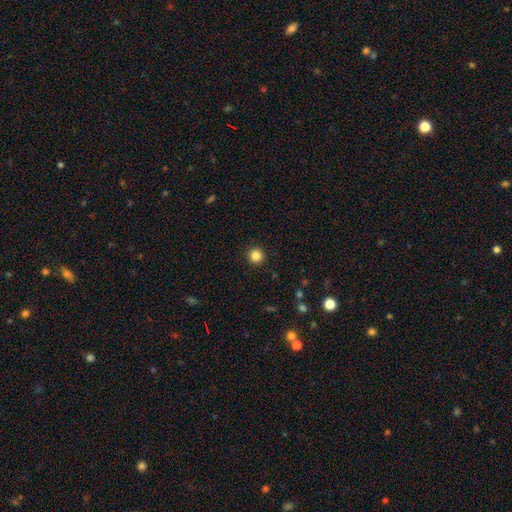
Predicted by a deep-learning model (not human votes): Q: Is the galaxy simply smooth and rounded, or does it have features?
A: smooth — 85%.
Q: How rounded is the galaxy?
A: round — 96%.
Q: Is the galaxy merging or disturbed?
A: none — 93%.